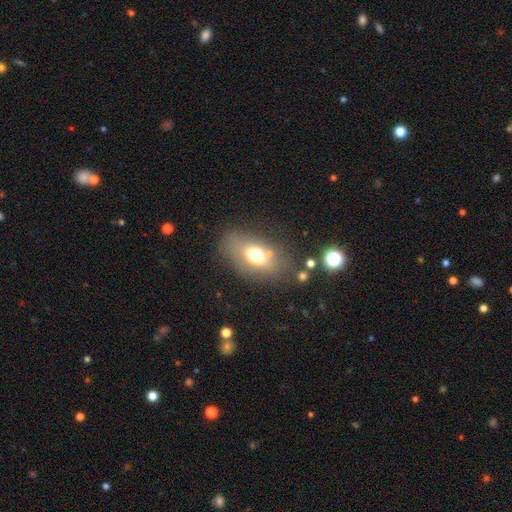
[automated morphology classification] A smooth galaxy with no disk features (64%) that is in between round and cigar-shaped (78%).

Vote fractions:
- Smooth or featured? smooth: 64% / featured or disk: 22% / star or artifact: 14%
- How rounded? in between: 78% / round: 19% / cigar-shaped: 3%
- Merging? none: 69% / minor disturbance: 15% / major disturbance: 9% / merger: 7%